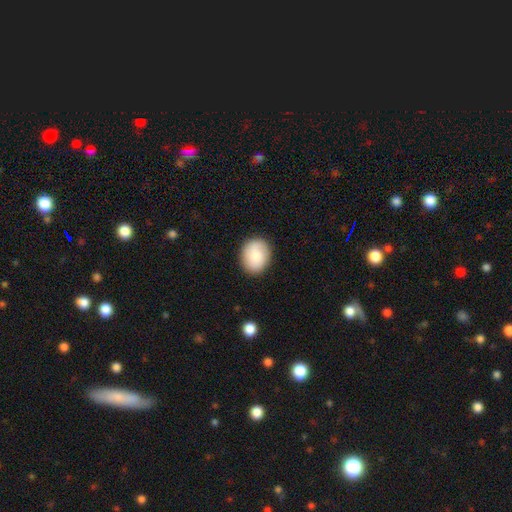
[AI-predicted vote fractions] This is clearly a smooth galaxy (81%). How rounded: possibly round (53%). Merging: clearly none (87%).